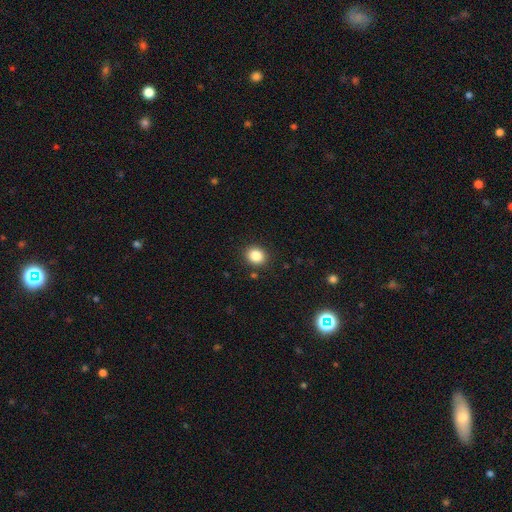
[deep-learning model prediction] This is clearly a smooth galaxy (85%). How rounded: likely round (69%). Merging: clearly none (89%).